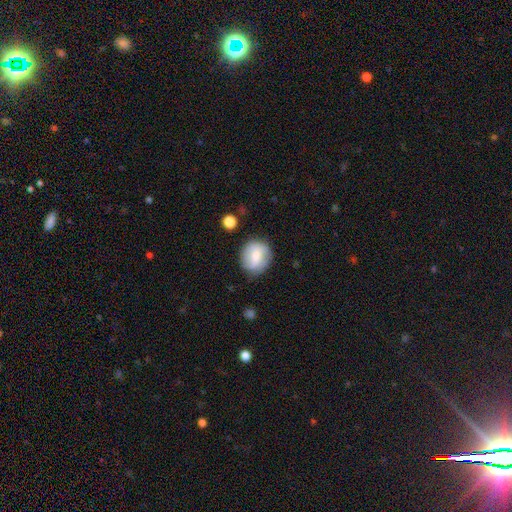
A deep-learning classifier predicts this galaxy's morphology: Overall: smooth (56%; featured or disk 37%). How rounded: round (83%). Merging: none (77%).